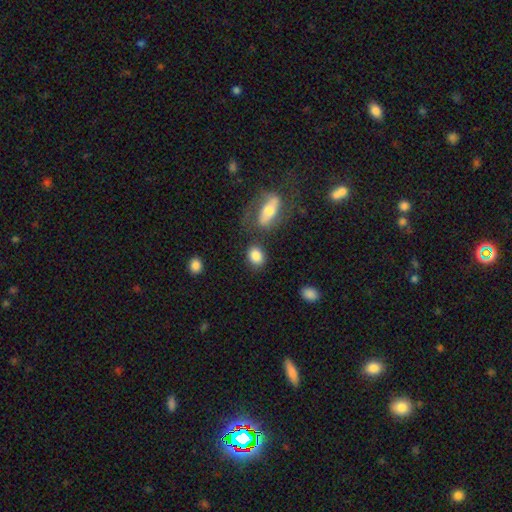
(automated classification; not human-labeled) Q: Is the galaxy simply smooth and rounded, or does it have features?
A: smooth — 84%.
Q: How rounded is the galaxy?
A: in between — 60%.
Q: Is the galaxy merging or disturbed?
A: none — 70%.